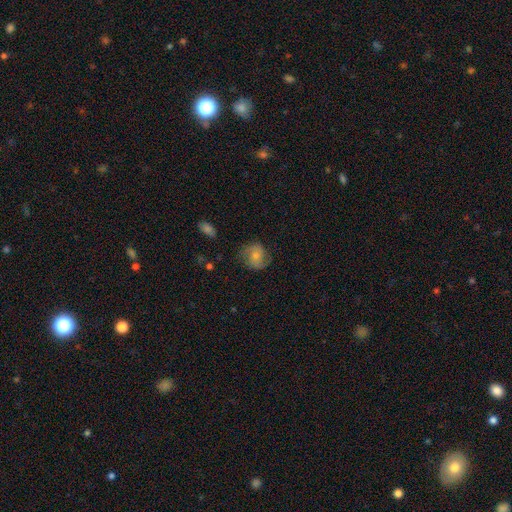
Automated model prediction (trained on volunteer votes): Morphology: type=smooth (50%); merging=none (67%).